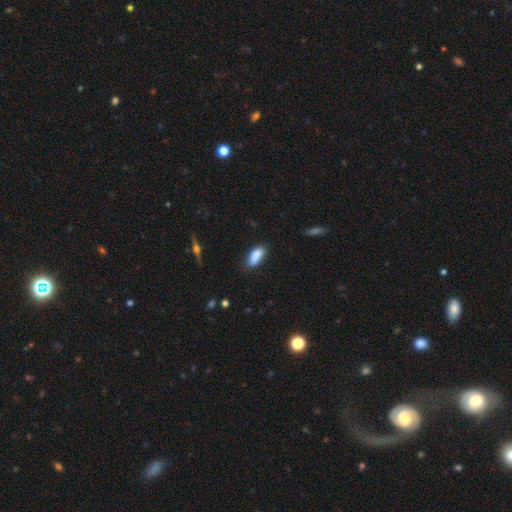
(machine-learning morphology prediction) Smooth or featured? Predicted: smooth (p=0.85). How rounded? Predicted: in between (p=0.77). Merging? Predicted: none (p=0.70).